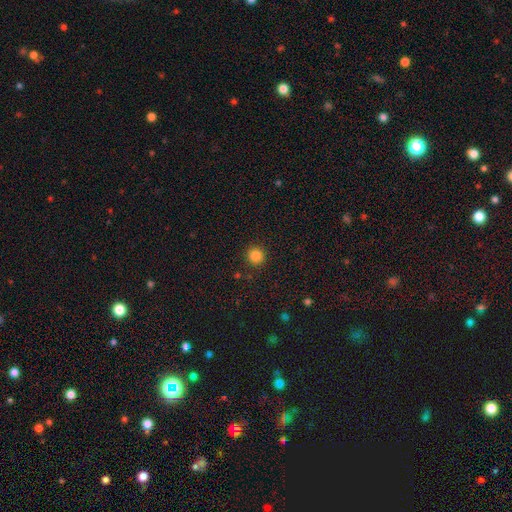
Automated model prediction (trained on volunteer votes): Smooth or featured: smooth — 85% (star or artifact — 12%)
How rounded: round — 94% (in between — 5%)
Merging: none — 91% (minor disturbance — 6%)